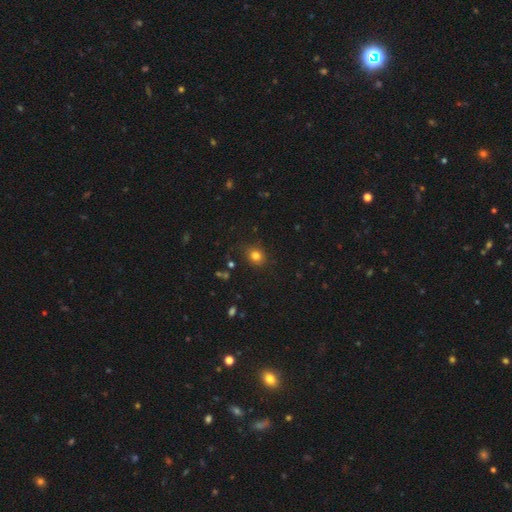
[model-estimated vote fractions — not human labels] Smooth or featured? smooth (79%)
How rounded? round (71%)
Merging? none (85%)